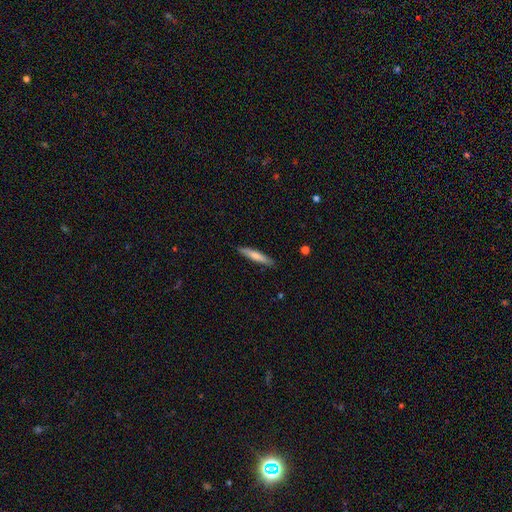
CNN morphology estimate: Smooth or featured?
  - smooth: 70% *
  - featured or disk: 25%
  - star or artifact: 5%
How rounded?
  - cigar-shaped: 92% *
  - in between: 7%
  - round: 1%
Merging?
  - none: 89% *
  - minor disturbance: 8%
  - major disturbance: 2%
  - merger: 1%